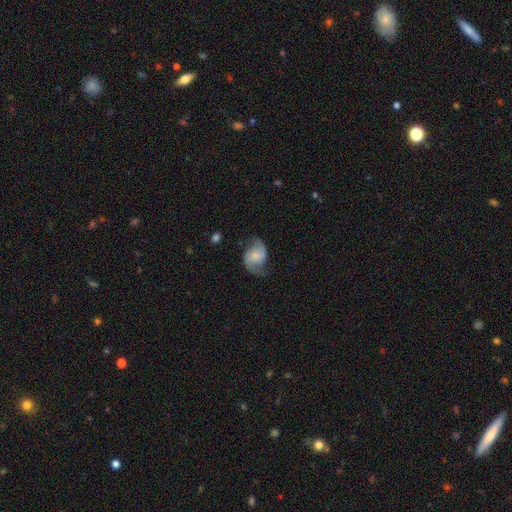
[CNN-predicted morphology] This is likely a featured or disk galaxy (76%). It is clearly not viewed edge-on (98%). Bar: likely no (62%). Spiral arm pattern: clearly yes (95%). Spiral arm count: clearly 2 (91%). Spiral winding: possibly loose (45%). Central bulge: possibly small (47%). Merging: likely none (70%).